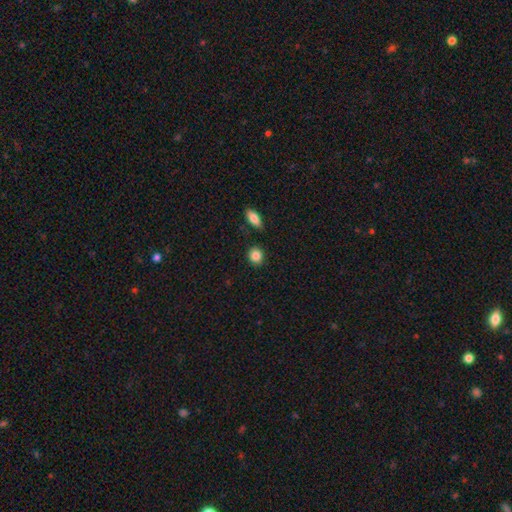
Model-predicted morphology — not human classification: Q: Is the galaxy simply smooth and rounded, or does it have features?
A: smooth — 86%.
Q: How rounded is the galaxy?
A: round — 75%.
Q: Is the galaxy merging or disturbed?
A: none — 87%.